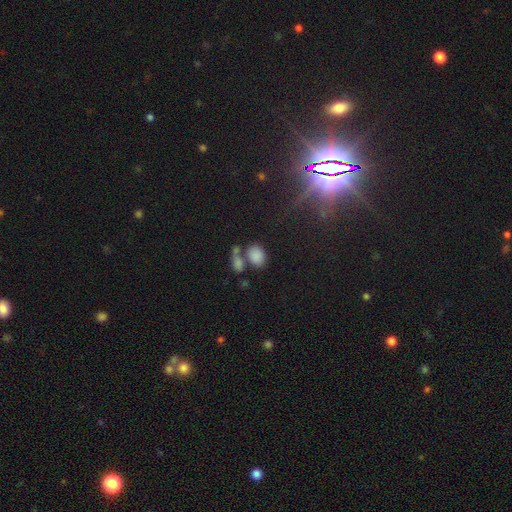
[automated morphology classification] Smooth or featured? smooth (82%)
How rounded? in between (75%)
Merging? none (48%)